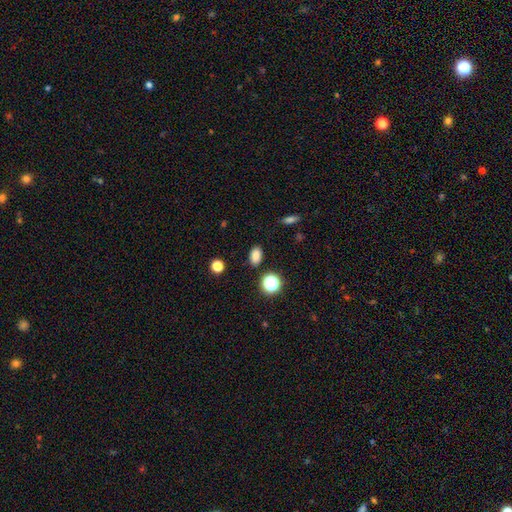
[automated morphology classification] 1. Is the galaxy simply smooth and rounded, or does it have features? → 82% smooth, 13% star or artifact, 5% featured or disk.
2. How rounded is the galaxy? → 81% in between, 17% round, 2% cigar-shaped.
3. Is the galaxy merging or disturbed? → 86% none, 10% minor disturbance, 3% major disturbance, 2% merger.